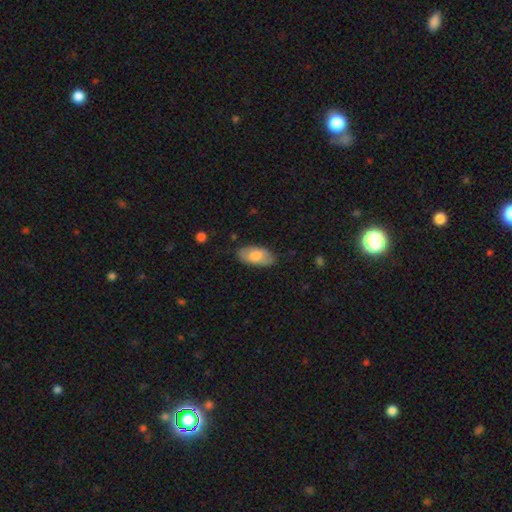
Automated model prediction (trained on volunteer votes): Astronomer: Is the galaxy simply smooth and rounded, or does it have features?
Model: smooth — 68%.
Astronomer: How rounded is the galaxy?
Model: in between — 93%.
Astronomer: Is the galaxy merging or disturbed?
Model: none — 78%.